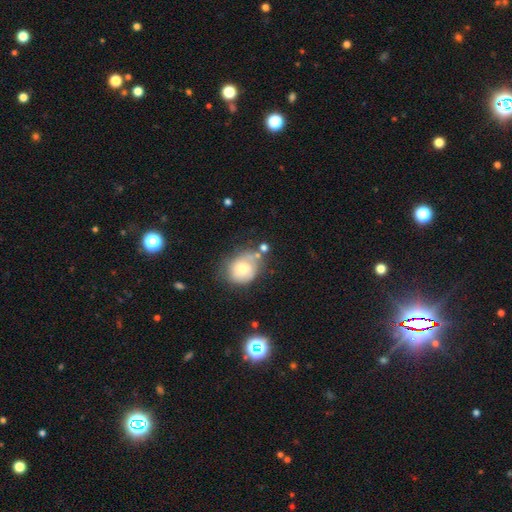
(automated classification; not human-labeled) This is likely a smooth galaxy (64%). How rounded: possibly round (52%). Merging: marginally none (44%).